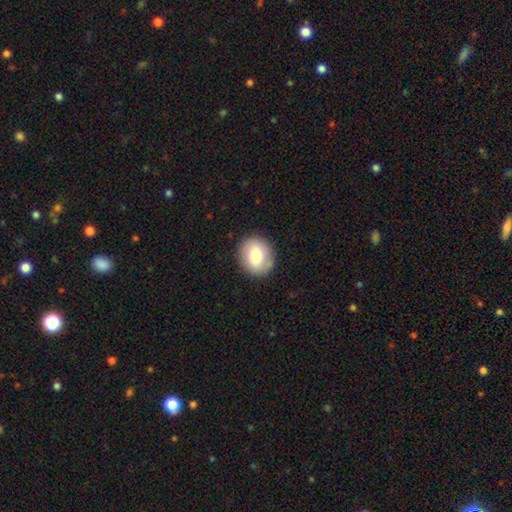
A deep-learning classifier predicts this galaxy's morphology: Q: Smooth or featured?
A: smooth (76%); runner-up: featured or disk (17%)
Q: How rounded?
A: round (70%); runner-up: in between (29%)
Q: Merging?
A: none (87%); runner-up: minor disturbance (9%)